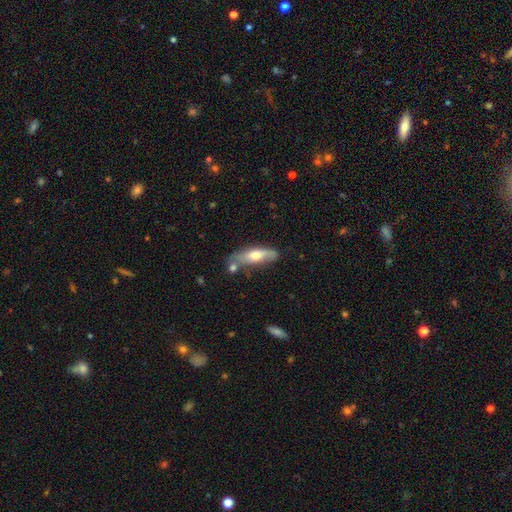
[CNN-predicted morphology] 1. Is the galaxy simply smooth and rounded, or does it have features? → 54% smooth, 40% featured or disk, 6% star or artifact.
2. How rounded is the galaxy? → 49% cigar-shaped, 48% in between, 3% round.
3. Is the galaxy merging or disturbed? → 59% none, 21% minor disturbance, 14% merger, 6% major disturbance.